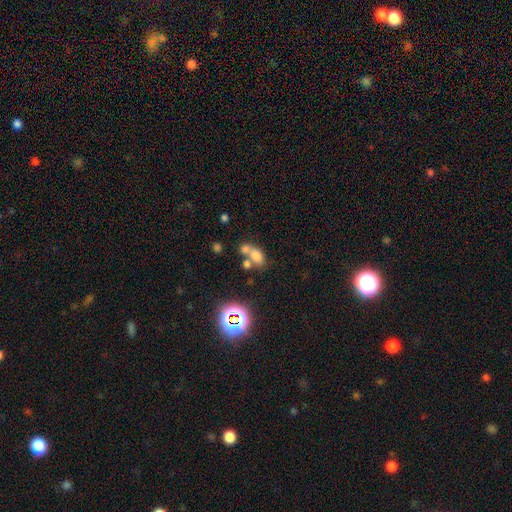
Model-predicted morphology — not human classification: smooth_or_featured: smooth (p=0.66) [alt: star or artifact p=0.19]
how_rounded: in between (p=0.73) [alt: round p=0.24]
merging: merger (p=0.50) [alt: none p=0.32]